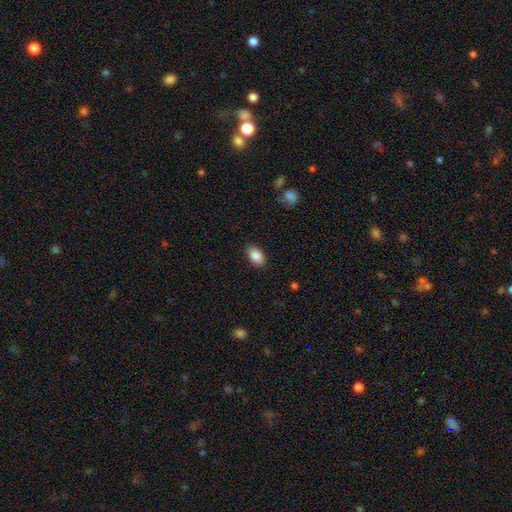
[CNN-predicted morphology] Smooth or featured: smooth — 86% (star or artifact — 7%)
How rounded: in between — 92% (round — 6%)
Merging: none — 88% (minor disturbance — 9%)